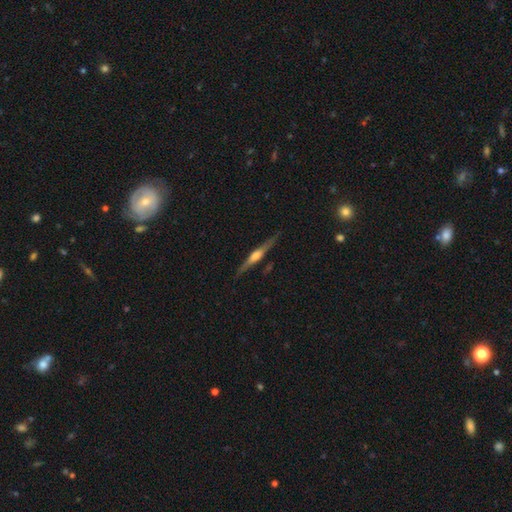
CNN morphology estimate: Smooth or featured: featured or disk — 76% (smooth — 18%)
Edge-on disk: yes — 98% (no — 2%)
Edge-on bulge: rounded — 82% (boxy — 12%)
Merging: none — 88% (minor disturbance — 9%)